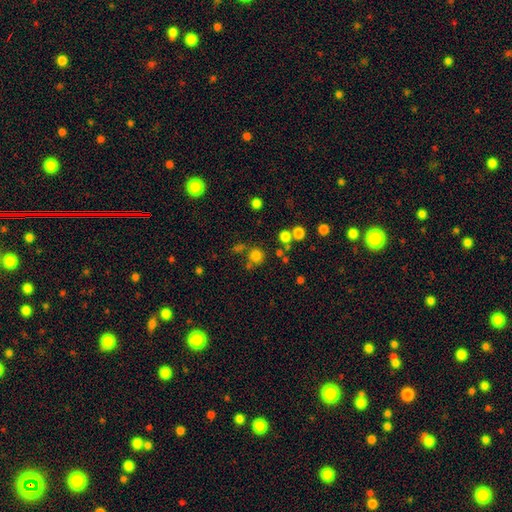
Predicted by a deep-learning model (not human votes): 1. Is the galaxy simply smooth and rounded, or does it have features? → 75% smooth, 18% star or artifact, 7% featured or disk.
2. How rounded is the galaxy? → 91% round, 8% in between, 1% cigar-shaped.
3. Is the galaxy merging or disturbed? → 70% none, 15% merger, 10% minor disturbance, 5% major disturbance.